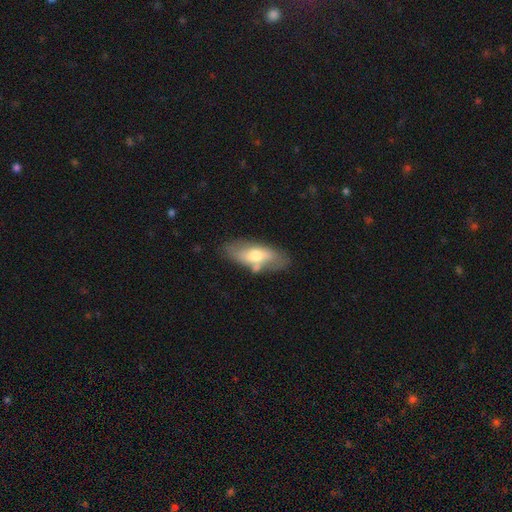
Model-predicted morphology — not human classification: smooth 55%, featured or disk 39%, star or artifact 6%. Down the decision tree: how rounded — in between (78%); merging — none (64%).